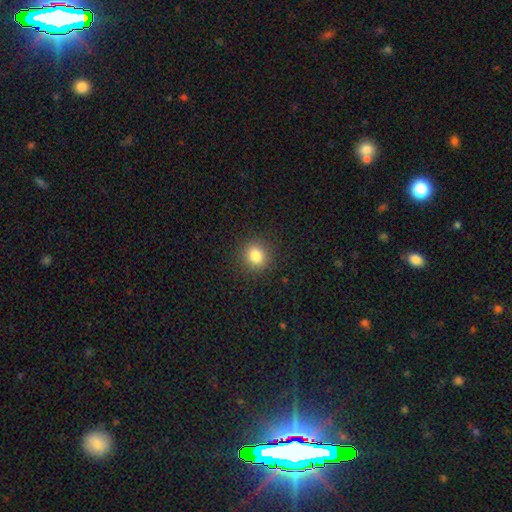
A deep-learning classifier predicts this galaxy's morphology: A smooth galaxy with no disk features (83%) that is round (84%). Merging: none (90%).